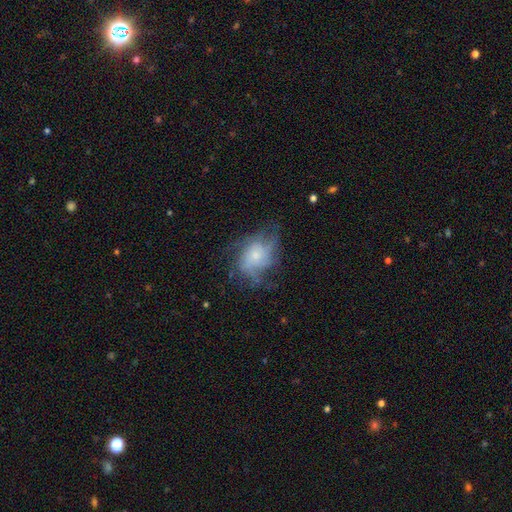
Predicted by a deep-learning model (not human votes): Smooth or featured? featured or disk (69%)
Edge-on disk? no (97%)
Bar? no (78%)
Spiral arms? yes (86%)
Spiral winding? medium (42%)
Spiral arm count? can't tell (36%)
Bulge size? small (55%)
Merging? none (55%)